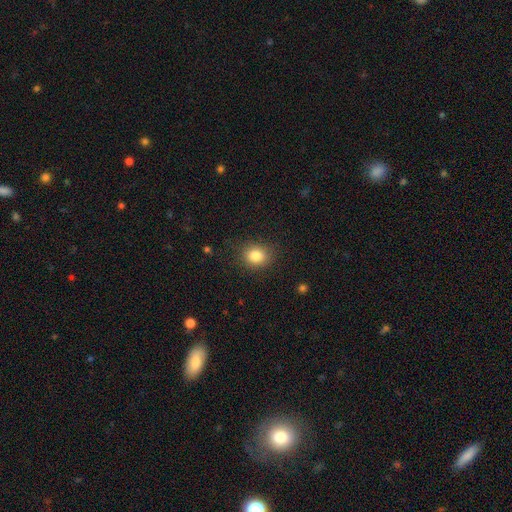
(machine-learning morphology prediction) Smooth or featured? Predicted: smooth (p=0.84). How rounded? Predicted: round (p=0.63). Merging? Predicted: none (p=0.84).